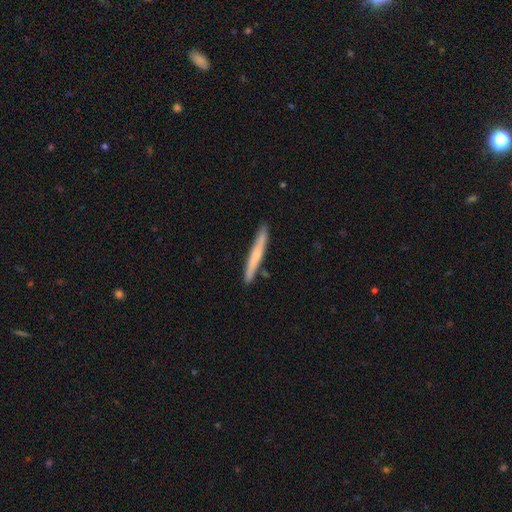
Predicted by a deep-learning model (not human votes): A smooth galaxy with no disk features (52%) that is cigar-shaped (96%).

Vote fractions:
- Smooth or featured? smooth: 52% / featured or disk: 43% / star or artifact: 5%
- How rounded? cigar-shaped: 96% / in between: 2% / round: 1%
- Merging? none: 87% / minor disturbance: 9% / merger: 2% / major disturbance: 2%